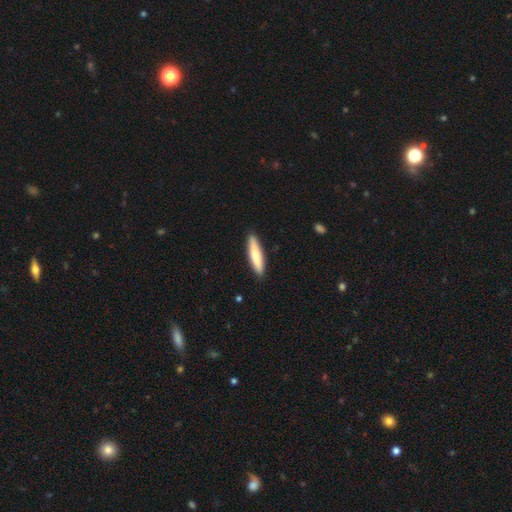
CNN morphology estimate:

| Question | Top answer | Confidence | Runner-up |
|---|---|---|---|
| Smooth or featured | smooth | 72% | featured or disk (23%) |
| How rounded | cigar-shaped | 83% | in between (16%) |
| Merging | none | 90% | minor disturbance (7%) |